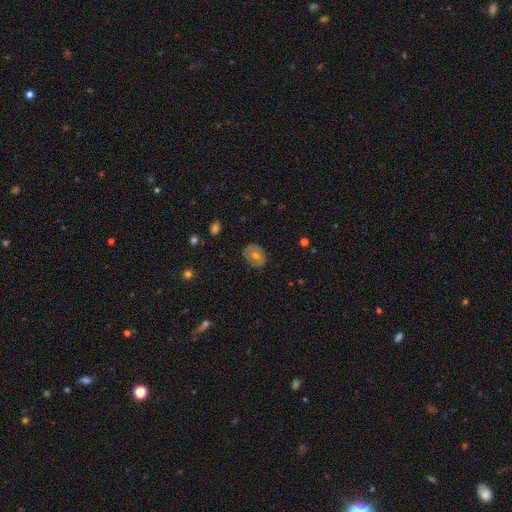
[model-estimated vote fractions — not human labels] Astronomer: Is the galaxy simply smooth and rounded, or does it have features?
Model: smooth — 51% (runner-up: featured or disk, 39%).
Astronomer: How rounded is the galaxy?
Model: round — 53% (runner-up: in between, 46%).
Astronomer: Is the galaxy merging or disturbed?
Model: none — 79%.